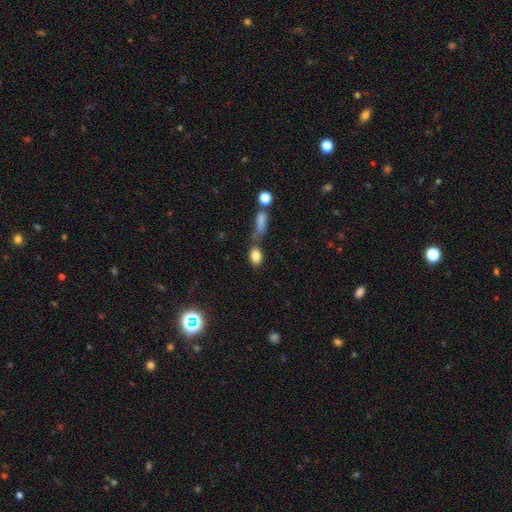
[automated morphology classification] This appears to be a smooth galaxy with no disk features (83%) that is in between round and cigar-shaped (80%). Merging: none (54%).